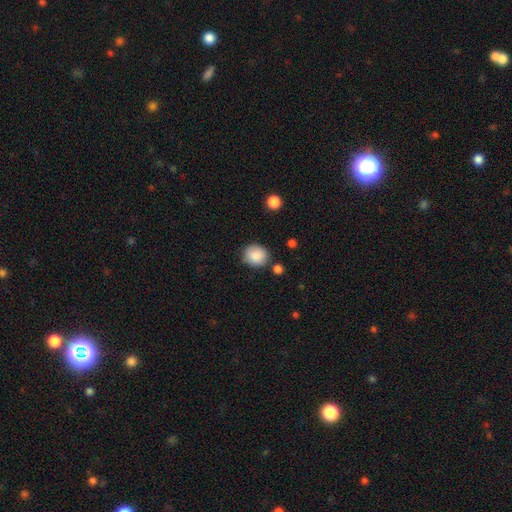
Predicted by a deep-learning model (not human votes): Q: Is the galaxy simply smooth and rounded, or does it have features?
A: smooth — 87%.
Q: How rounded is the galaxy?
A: round — 76%.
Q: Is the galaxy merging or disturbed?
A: none — 82%.